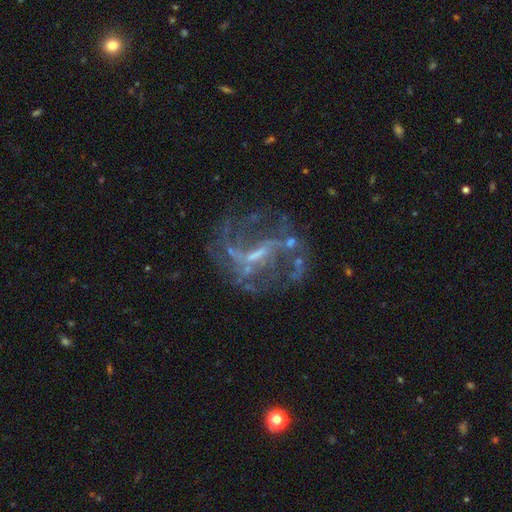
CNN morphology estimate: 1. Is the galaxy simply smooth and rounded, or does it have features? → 78% featured or disk, 14% star or artifact, 8% smooth.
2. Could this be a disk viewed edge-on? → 95% no, 5% yes.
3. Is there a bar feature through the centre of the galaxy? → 41% weak, 38% strong, 21% no.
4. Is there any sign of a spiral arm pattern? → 68% yes, 32% no.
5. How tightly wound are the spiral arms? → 48% loose, 36% medium, 17% tight.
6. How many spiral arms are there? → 43% 2, 32% can't tell, 10% 3, 6% 1, 5% 4, 4% more than 4.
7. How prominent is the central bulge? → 48% small, 30% none, 20% moderate, 2% large, 1% dominant.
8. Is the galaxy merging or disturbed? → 56% none, 23% major disturbance, 15% minor disturbance, 6% merger.